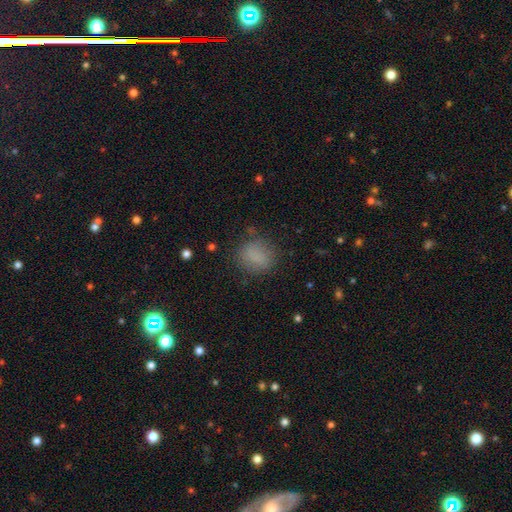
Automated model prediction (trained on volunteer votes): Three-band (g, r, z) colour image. It shows a smooth galaxy with no disk features (81%) that is round (59%). Merging: none (77%).